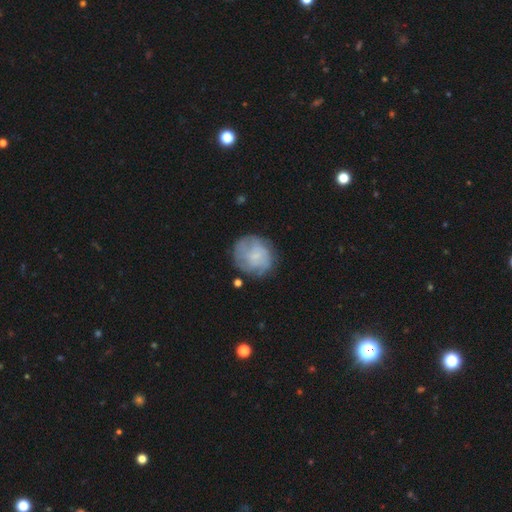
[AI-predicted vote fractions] This is possibly a smooth galaxy (50%). How rounded: clearly round (81%). Merging: likely none (68%).